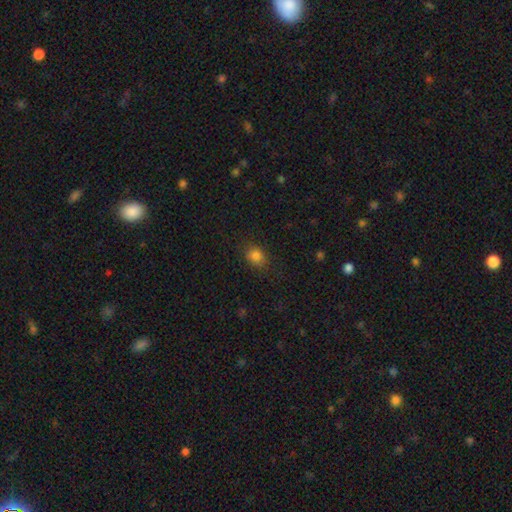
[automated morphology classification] Smooth or featured: smooth — 83% (star or artifact — 12%)
How rounded: in between — 57% (round — 42%)
Merging: none — 82% (minor disturbance — 13%)